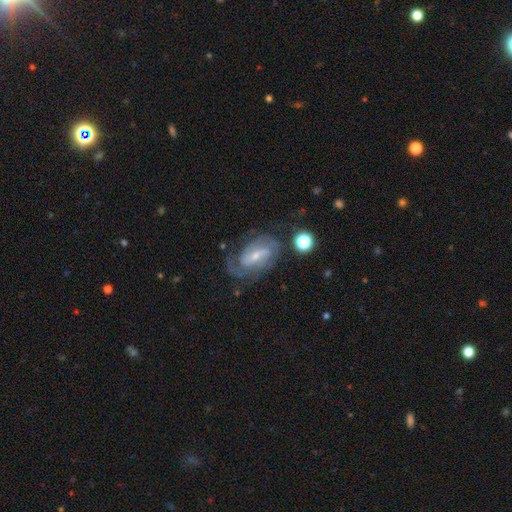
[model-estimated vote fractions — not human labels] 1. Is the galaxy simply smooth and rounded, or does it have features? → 84% featured or disk, 10% smooth, 6% star or artifact.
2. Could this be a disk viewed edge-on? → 96% no, 4% yes.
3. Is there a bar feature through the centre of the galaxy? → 46% weak, 35% strong, 19% no.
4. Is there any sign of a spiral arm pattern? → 94% yes, 6% no.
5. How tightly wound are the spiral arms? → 44% tight, 43% medium, 13% loose.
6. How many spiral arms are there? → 64% 2, 16% can't tell, 11% 3, 5% 1, 3% 4, 2% more than 4.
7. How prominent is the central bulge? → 62% small, 32% moderate, 3% none, 2% large, 1% dominant.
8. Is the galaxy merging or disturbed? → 65% none, 20% minor disturbance, 12% major disturbance, 3% merger.